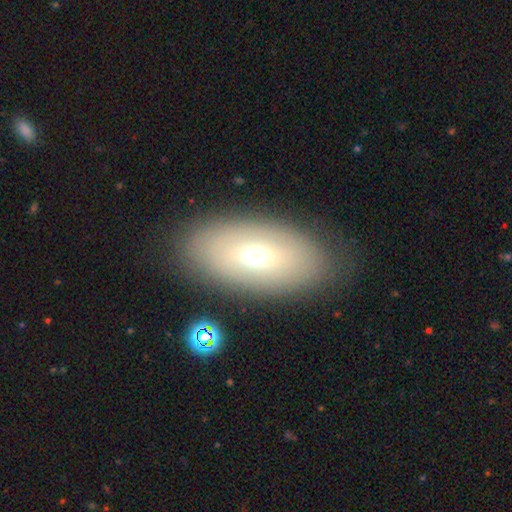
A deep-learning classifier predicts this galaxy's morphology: Overall: smooth (57%; featured or disk 34%). How rounded: in between (91%). Merging: none (83%).